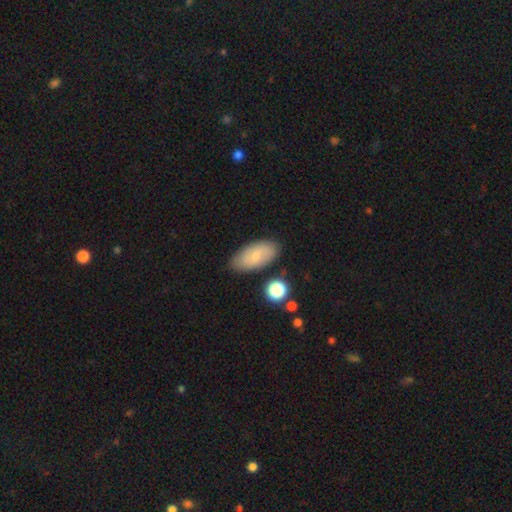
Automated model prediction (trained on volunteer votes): Smooth or featured?
  - smooth: 68% *
  - featured or disk: 25%
  - star or artifact: 7%
How rounded?
  - in between: 92% *
  - cigar-shaped: 5%
  - round: 3%
Merging?
  - none: 80% *
  - minor disturbance: 14%
  - merger: 3%
  - major disturbance: 3%